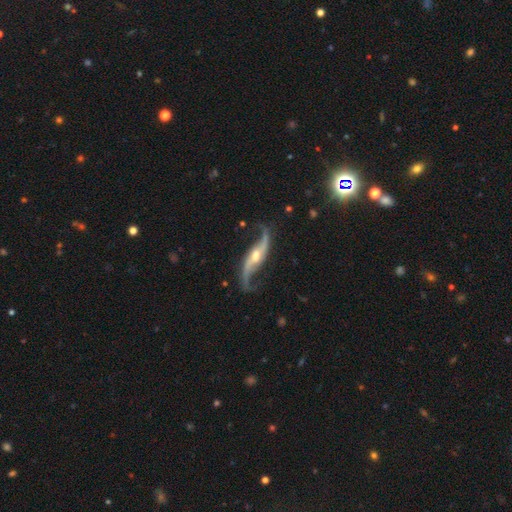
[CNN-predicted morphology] type=featured or disk (91%); edge-on=no (91%); bar=no (36%); spiral arms=yes (97%); winding=loose (89%); arm count=2 (94%); bulge=moderate (64%); merging=none (75%).